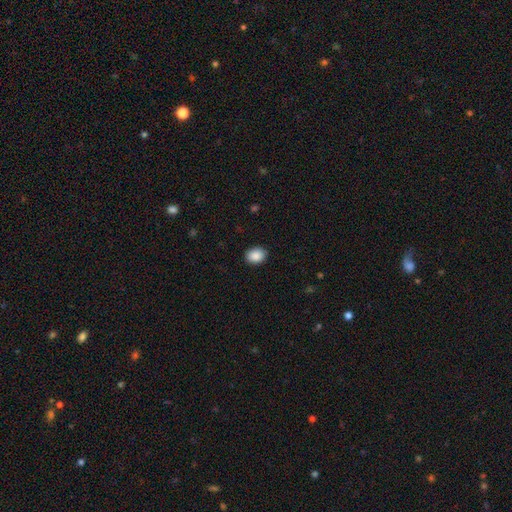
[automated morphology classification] smooth-or-featured: smooth: 89% | star or artifact: 8% | featured or disk: 3%
  how-rounded: in between: 64% | round: 35% | cigar-shaped: 1%
  merging: none: 89% | minor disturbance: 8% | major disturbance: 2% | merger: 1%